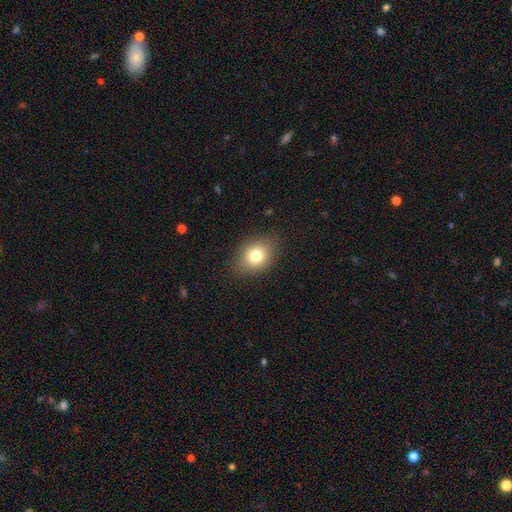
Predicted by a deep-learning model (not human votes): Smooth or featured? smooth (77%)
How rounded? in between (61%)
Merging? none (84%)